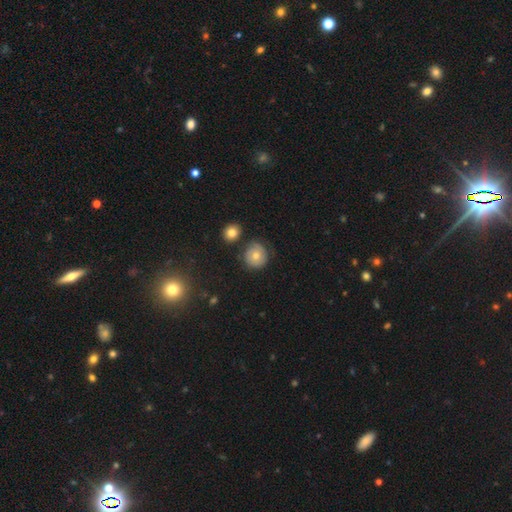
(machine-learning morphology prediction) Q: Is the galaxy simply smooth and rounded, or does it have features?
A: smooth — 65%.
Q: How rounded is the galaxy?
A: round — 89%.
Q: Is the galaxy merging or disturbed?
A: none — 70%.